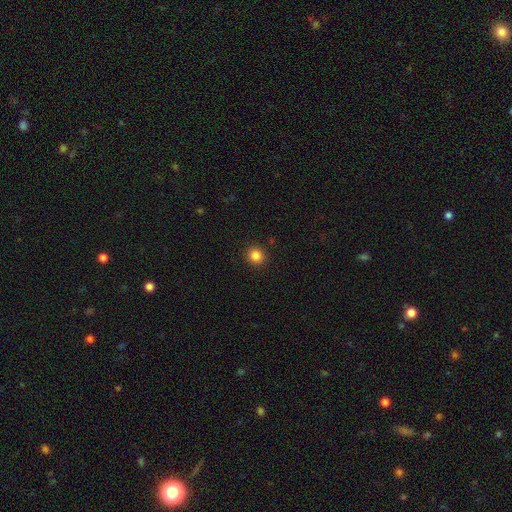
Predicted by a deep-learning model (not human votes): A smooth galaxy with no disk features (85%) that is round (87%). Merging: none (91%).